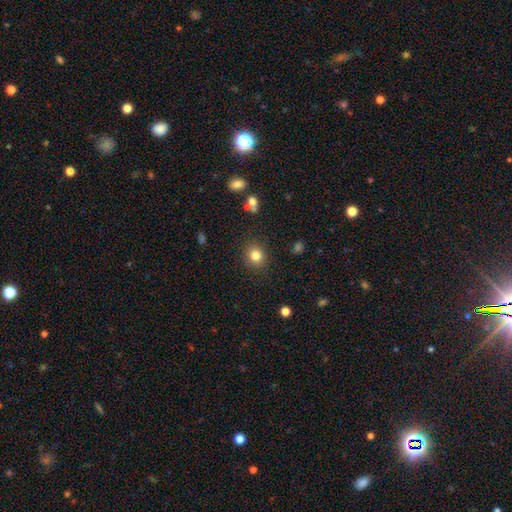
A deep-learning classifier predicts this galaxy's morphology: This appears to be a smooth galaxy with no disk features (81%) that is round (81%). Merging: none (88%).